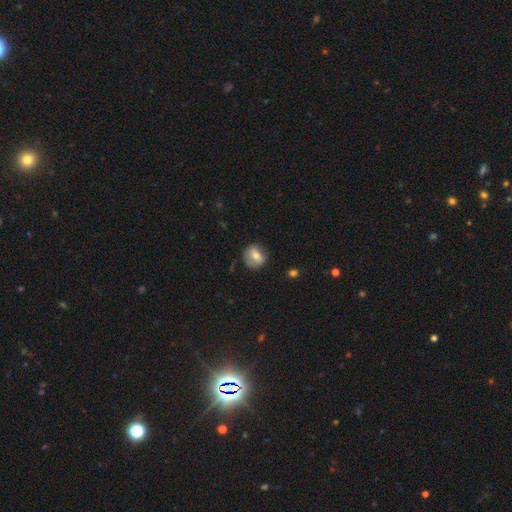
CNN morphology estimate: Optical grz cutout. It shows a smooth galaxy with no disk features (71%) that is round (81%). Merging: none (79%).